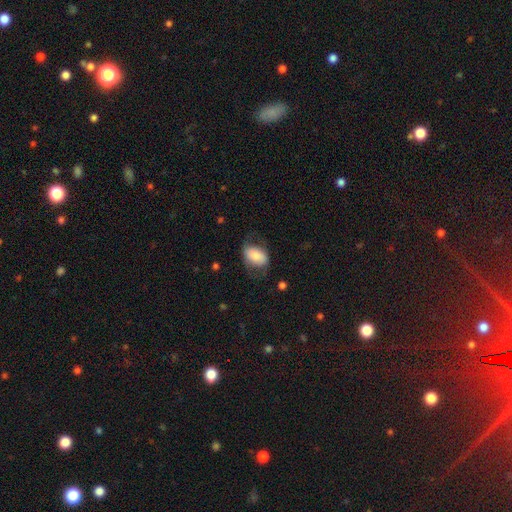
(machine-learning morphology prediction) This appears to be a smooth galaxy with no disk features (70%) that is in between round and cigar-shaped (84%). Merging: none (55%).